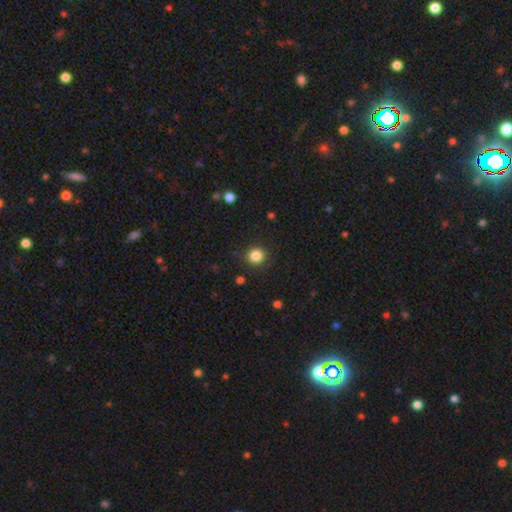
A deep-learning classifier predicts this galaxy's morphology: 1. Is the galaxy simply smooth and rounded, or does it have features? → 84% smooth, 12% star or artifact, 4% featured or disk.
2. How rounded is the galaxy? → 92% round, 7% in between, 1% cigar-shaped.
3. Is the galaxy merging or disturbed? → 89% none, 8% minor disturbance, 2% major disturbance, 1% merger.